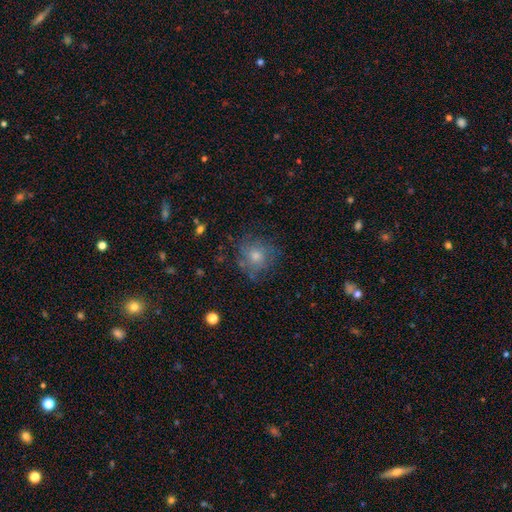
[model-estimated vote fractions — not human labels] Morphology: type=smooth (58%); roundness=round (88%); merging=none (75%).